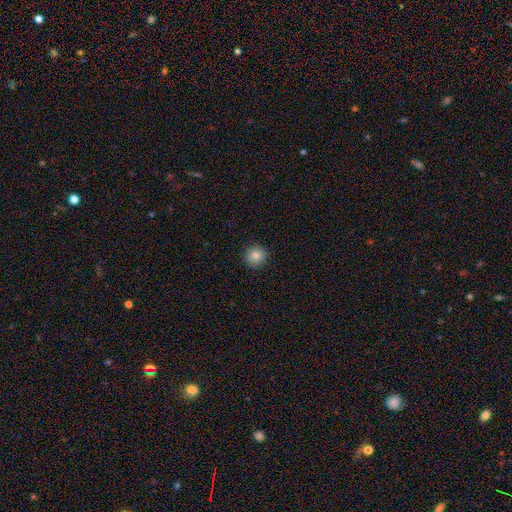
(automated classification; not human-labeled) Smooth or featured: smooth — 83% (star or artifact — 10%)
How rounded: round — 92% (in between — 7%)
Merging: none — 91% (minor disturbance — 6%)